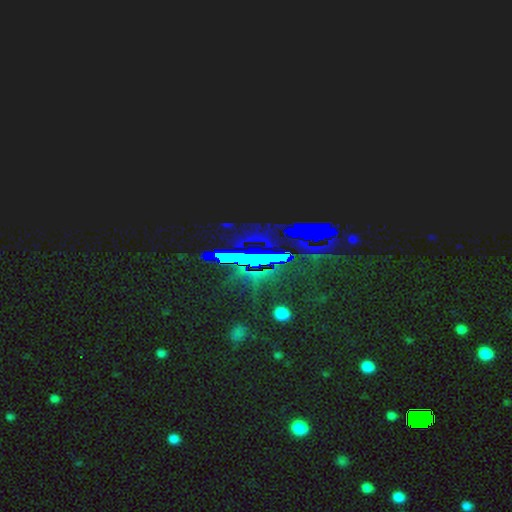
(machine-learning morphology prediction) smooth-or-featured: star or artifact: 81% | smooth: 10% | featured or disk: 9%